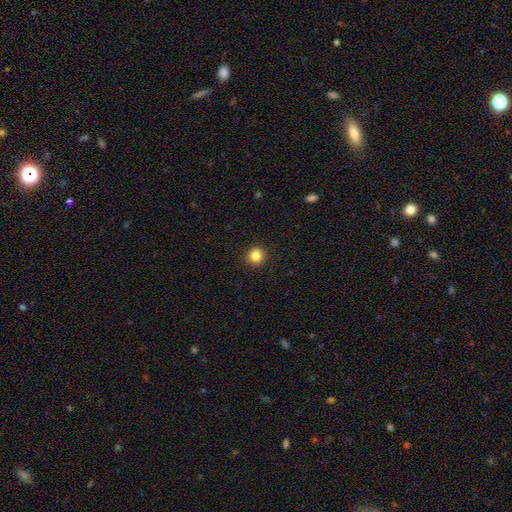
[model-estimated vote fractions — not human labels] This is clearly a smooth galaxy (84%). How rounded: clearly round (91%). Merging: clearly none (93%).